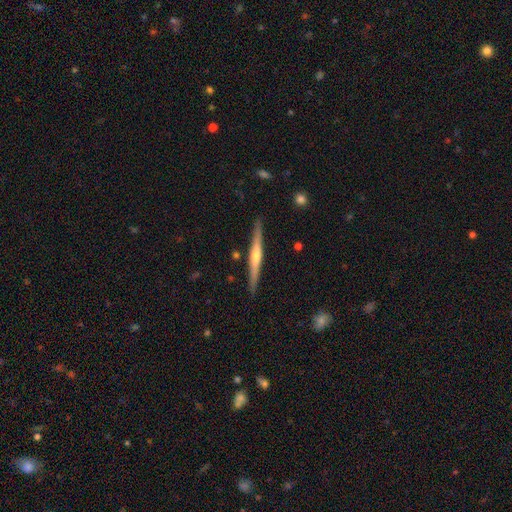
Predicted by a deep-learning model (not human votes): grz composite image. It shows a featured or disk galaxy (74%) viewed edge-on (98%) with a rounded central bulge (78%). Merging: none (90%).